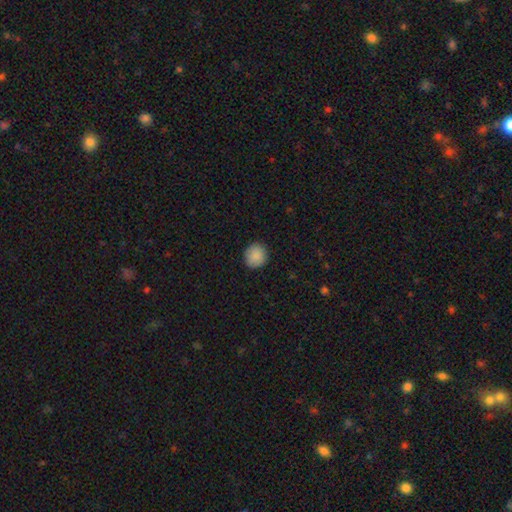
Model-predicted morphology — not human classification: Smooth or featured: smooth — 89% (star or artifact — 8%)
How rounded: round — 89% (in between — 10%)
Merging: none — 90% (minor disturbance — 7%)